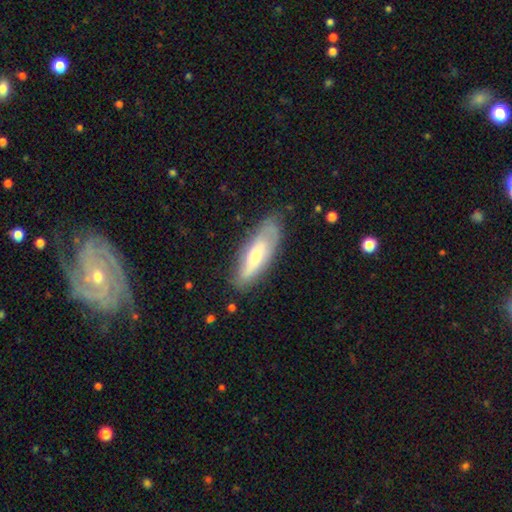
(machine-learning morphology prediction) Overall: smooth (50%; featured or disk 43%). How rounded: in between (58%; cigar-shaped 40%). Merging: none (71%).